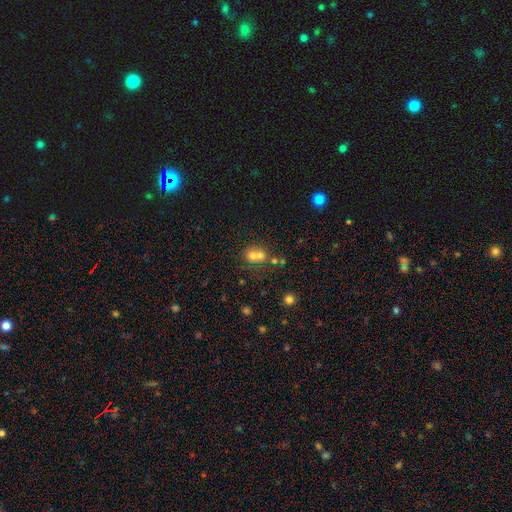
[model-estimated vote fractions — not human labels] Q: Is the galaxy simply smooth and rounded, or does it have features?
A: smooth — 64%.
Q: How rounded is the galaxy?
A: round — 75%.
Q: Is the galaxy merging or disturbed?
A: merger — 60%.